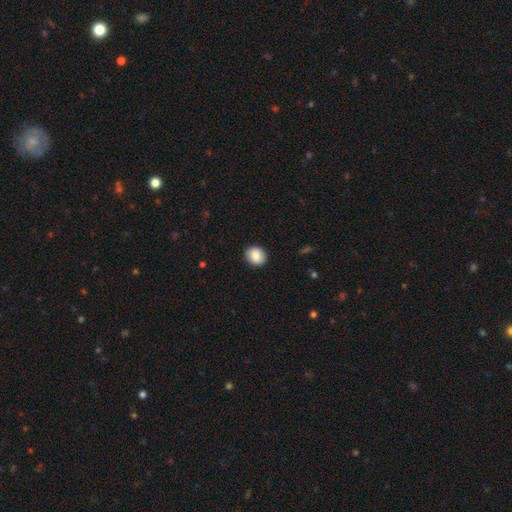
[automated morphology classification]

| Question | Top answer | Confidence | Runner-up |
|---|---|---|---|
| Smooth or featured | smooth | 85% | star or artifact (8%) |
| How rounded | round | 68% | in between (31%) |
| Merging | none | 90% | minor disturbance (7%) |